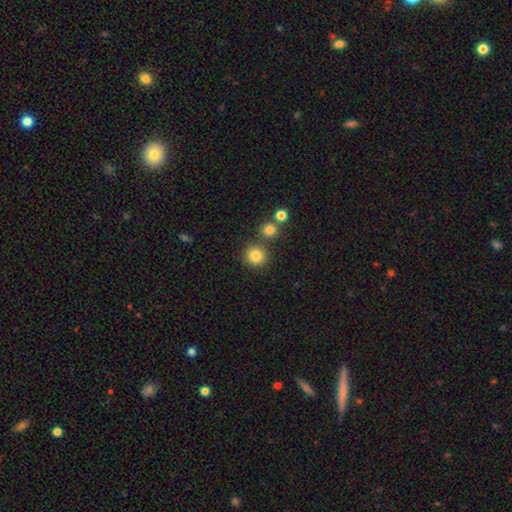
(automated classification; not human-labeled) A smooth galaxy with no disk features (83%) that is round (92%). Merging: none (80%).